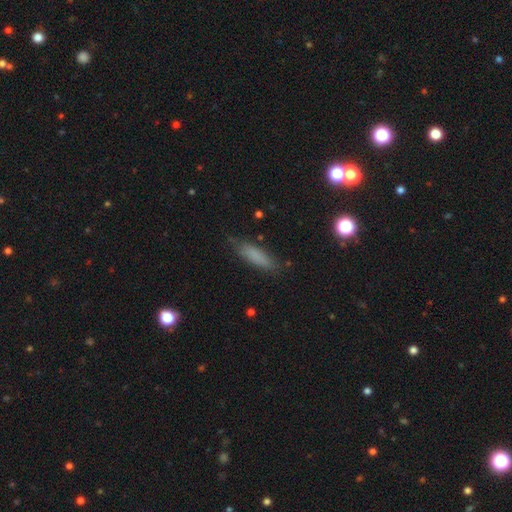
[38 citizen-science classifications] smooth 79%, star or artifact 13%, featured or disk 8%. Down the decision tree: how rounded — cigar-shaped (53%); merging — none (91%).